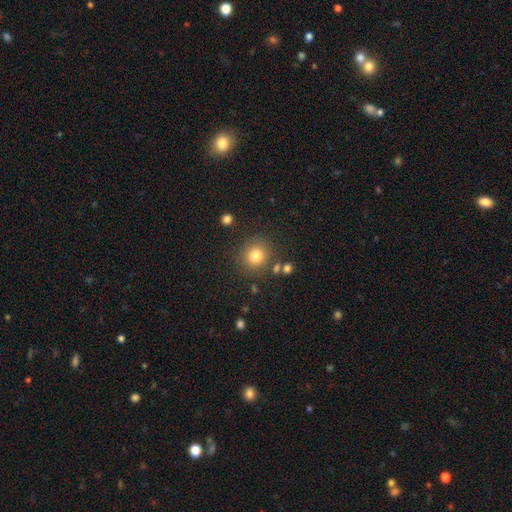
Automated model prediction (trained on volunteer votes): Q: Smooth or featured?
A: smooth (80%); runner-up: star or artifact (12%)
Q: How rounded?
A: round (88%); runner-up: in between (11%)
Q: Merging?
A: none (82%); runner-up: minor disturbance (9%)